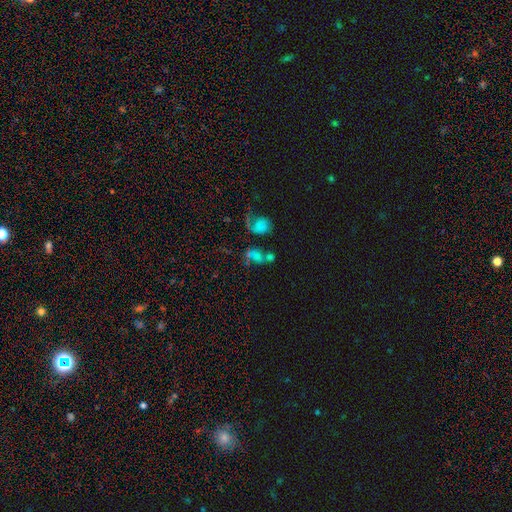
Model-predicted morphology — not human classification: The model was most divided on "merging": merger: 44%, none: 28%, major disturbance: 17%, minor disturbance: 12%. Remaining: smooth or featured — smooth (49%).